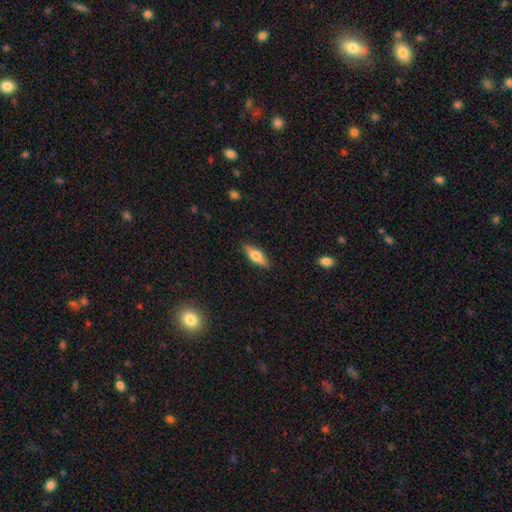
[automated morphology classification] Smooth or featured?
  - smooth: 56% *
  - featured or disk: 38%
  - star or artifact: 7%
How rounded?
  - in between: 50% *
  - cigar-shaped: 47%
  - round: 3%
Merging?
  - none: 87% *
  - minor disturbance: 9%
  - major disturbance: 2%
  - merger: 1%